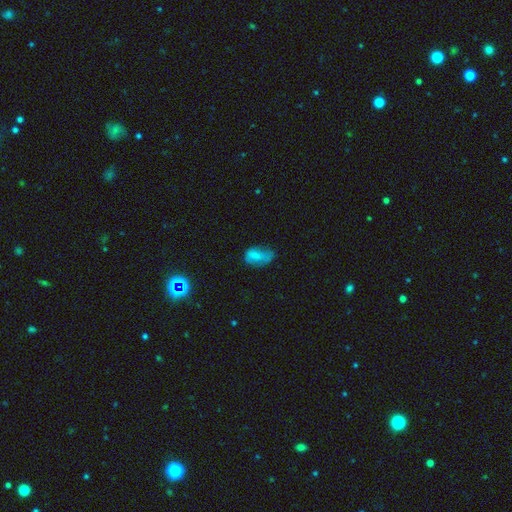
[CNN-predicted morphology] Smooth or featured: smooth — 72% (featured or disk — 17%)
How rounded: in between — 89% (round — 9%)
Merging: minor disturbance — 39% (none — 35%)